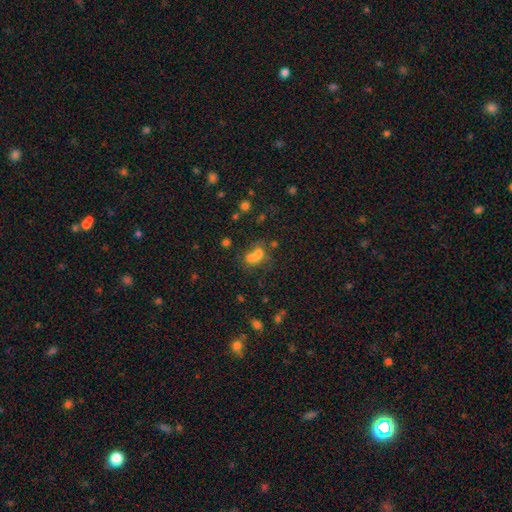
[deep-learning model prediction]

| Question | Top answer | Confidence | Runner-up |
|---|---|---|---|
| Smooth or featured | smooth | 62% | star or artifact (20%) |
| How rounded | in between | 63% | round (32%) |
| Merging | merger | 47% | none (27%) |